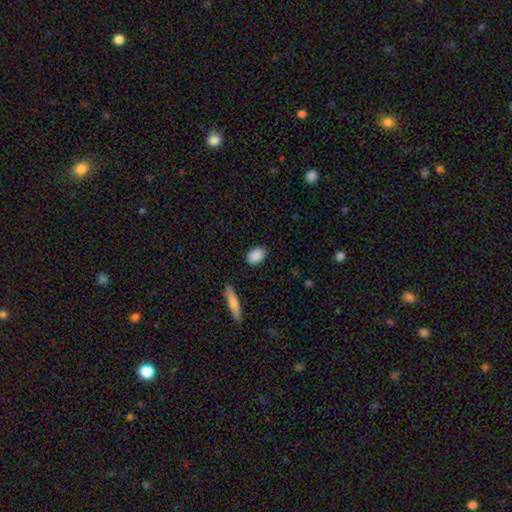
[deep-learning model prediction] This is clearly a smooth galaxy (89%). How rounded: clearly in between (87%). Merging: clearly none (86%).